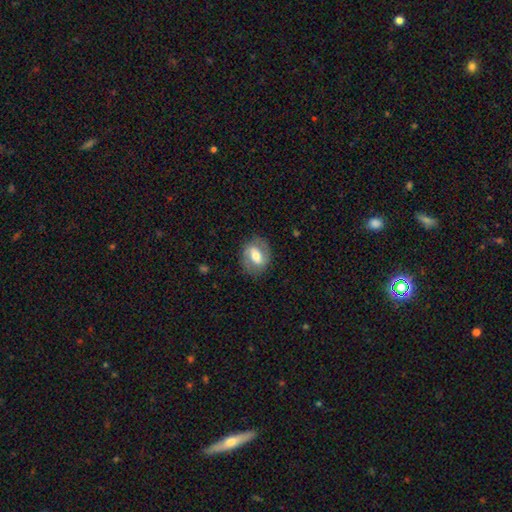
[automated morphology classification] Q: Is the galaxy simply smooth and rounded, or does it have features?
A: featured or disk — 55%.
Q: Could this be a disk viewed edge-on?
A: no — 94%.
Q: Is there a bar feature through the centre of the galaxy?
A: strong — 41%.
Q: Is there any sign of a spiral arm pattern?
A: yes — 65%.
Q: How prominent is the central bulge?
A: moderate — 66%.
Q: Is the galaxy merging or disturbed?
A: none — 81%.